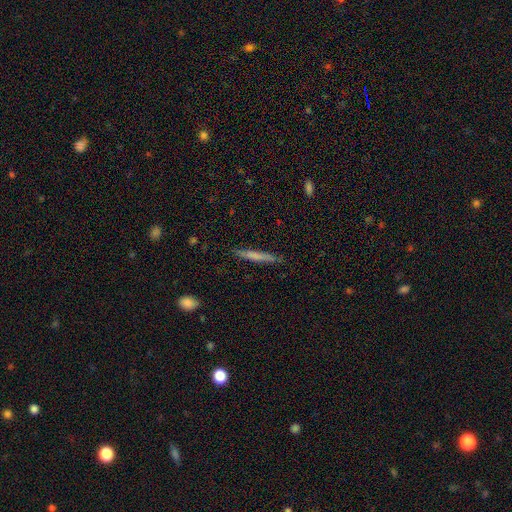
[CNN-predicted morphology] A smooth galaxy with no disk features (61%) that is cigar-shaped (96%).

Vote fractions:
- Smooth or featured? smooth: 61% / featured or disk: 33% / star or artifact: 6%
- How rounded? cigar-shaped: 96% / in between: 3% / round: 1%
- Merging? none: 88% / minor disturbance: 9% / major disturbance: 2% / merger: 1%